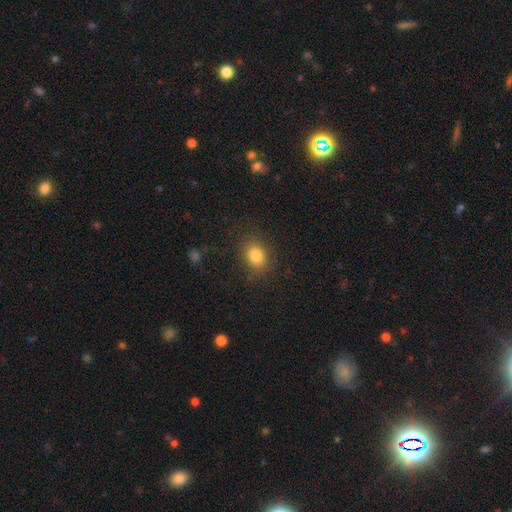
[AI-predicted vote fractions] A smooth galaxy with no disk features (82%) that is round (51%).

Vote fractions:
- Smooth or featured? smooth: 82% / star or artifact: 11% / featured or disk: 7%
- How rounded? round: 51% / in between: 47% / cigar-shaped: 1%
- Merging? none: 84% / minor disturbance: 11% / major disturbance: 4% / merger: 1%